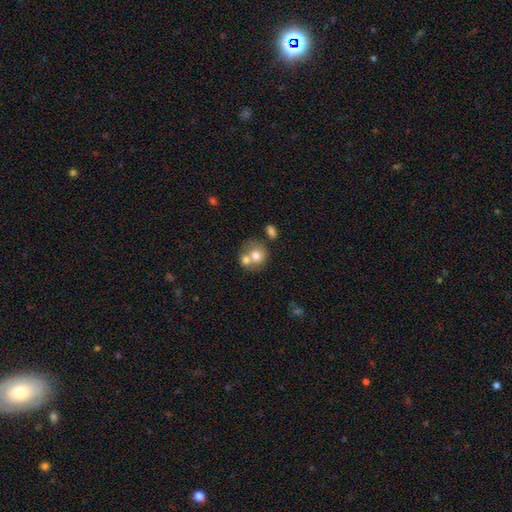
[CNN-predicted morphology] Smooth or featured? Predicted: smooth (p=0.69). How rounded? Predicted: round (p=0.78). Merging? Predicted: merger (p=0.57).